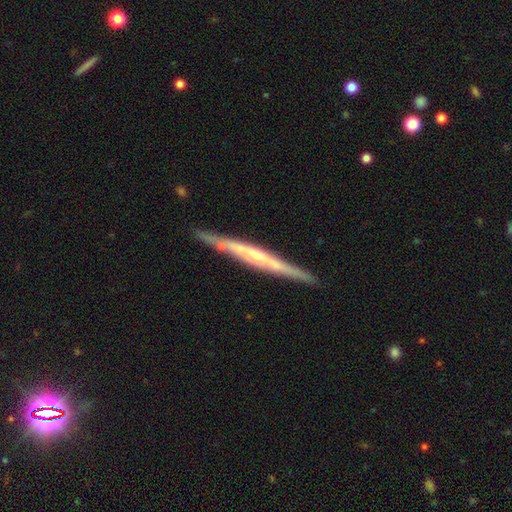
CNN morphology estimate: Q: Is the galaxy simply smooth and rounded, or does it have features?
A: featured or disk — 76%.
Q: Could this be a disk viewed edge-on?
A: yes — 96%.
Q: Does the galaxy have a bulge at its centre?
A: rounded — 45%, tied with none.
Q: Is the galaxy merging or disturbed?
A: none — 87%.